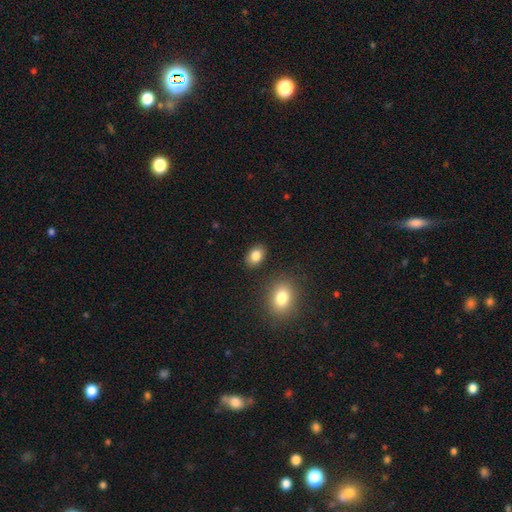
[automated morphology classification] smooth-or-featured: smooth: 85% | star or artifact: 9% | featured or disk: 7%
  how-rounded: in between: 80% | round: 19% | cigar-shaped: 1%
  merging: none: 86% | minor disturbance: 9% | merger: 3% | major disturbance: 2%